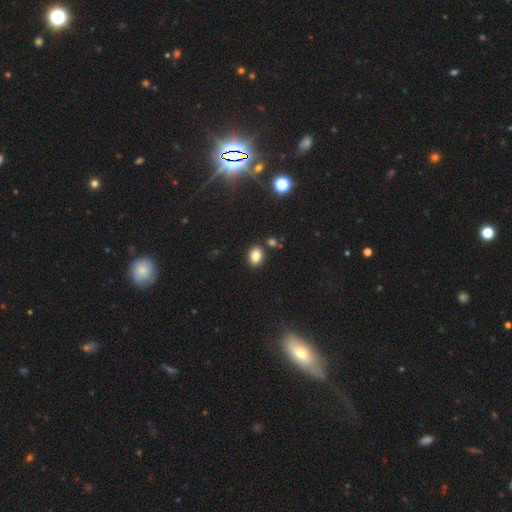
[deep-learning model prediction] Morphology: type=smooth (83%); roundness=in between (70%); merging=none (83%).